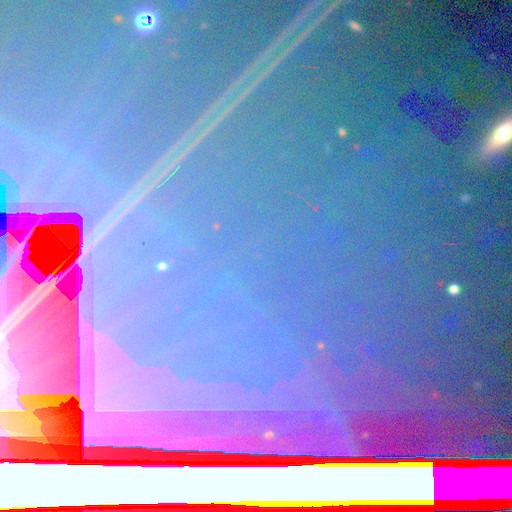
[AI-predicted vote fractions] star or artifact 85%, featured or disk 8%, smooth 8%.